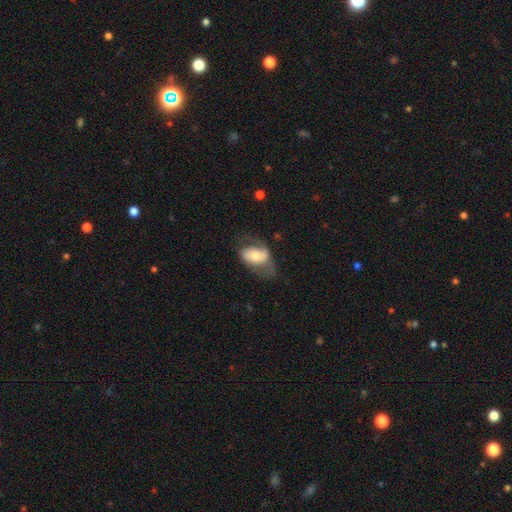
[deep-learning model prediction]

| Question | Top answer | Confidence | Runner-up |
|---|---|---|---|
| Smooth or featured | featured or disk | 48% | smooth (45%) |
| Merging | none | 45% | major disturbance (27%) |